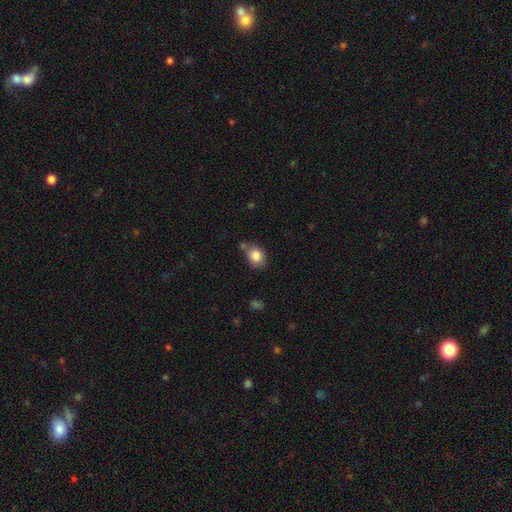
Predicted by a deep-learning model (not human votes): smooth 84%, star or artifact 9%, featured or disk 7%. Down the decision tree: how rounded — in between (51%); merging — none (60%).